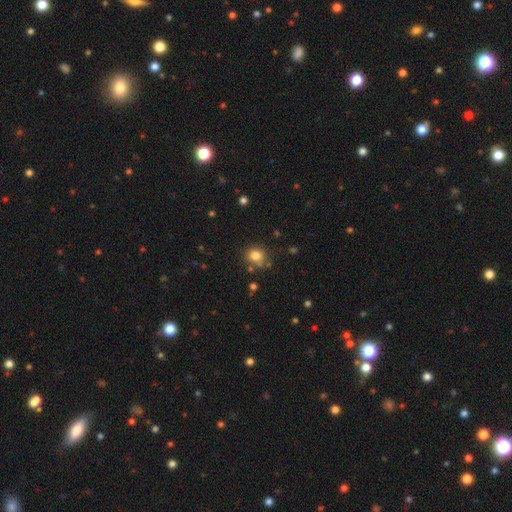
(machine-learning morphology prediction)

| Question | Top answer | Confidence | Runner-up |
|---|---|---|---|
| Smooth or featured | smooth | 81% | star or artifact (13%) |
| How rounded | round | 76% | in between (23%) |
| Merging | none | 74% | minor disturbance (14%) |